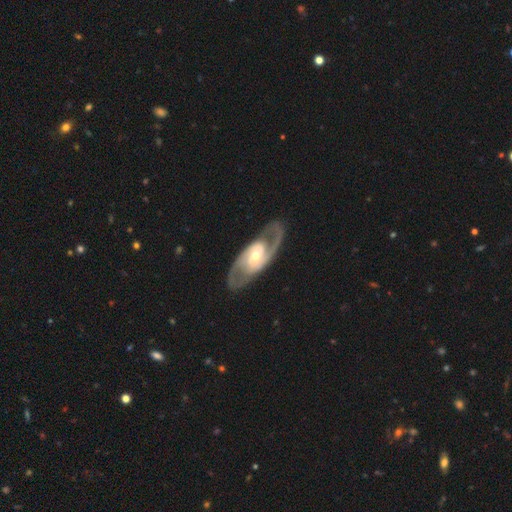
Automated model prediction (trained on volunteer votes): A featured or disk galaxy (87%) with a weak bar (42%), 2 (86%) medium (53%) spiral arms (93%) and a moderate central bulge (56%). Merging: none (79%).